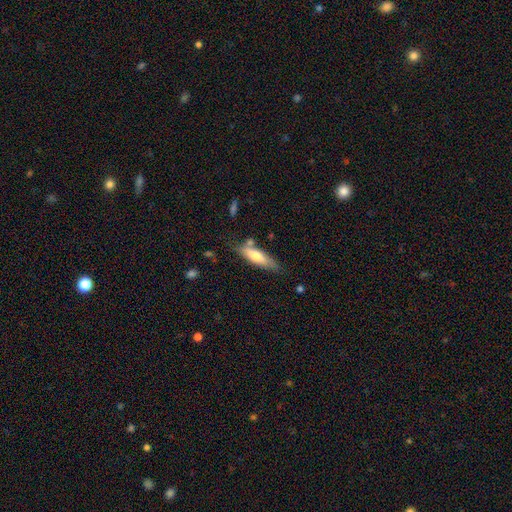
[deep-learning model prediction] Overall: smooth (65%; featured or disk 29%). How rounded: cigar-shaped (56%; in between 42%). Merging: none (67%).